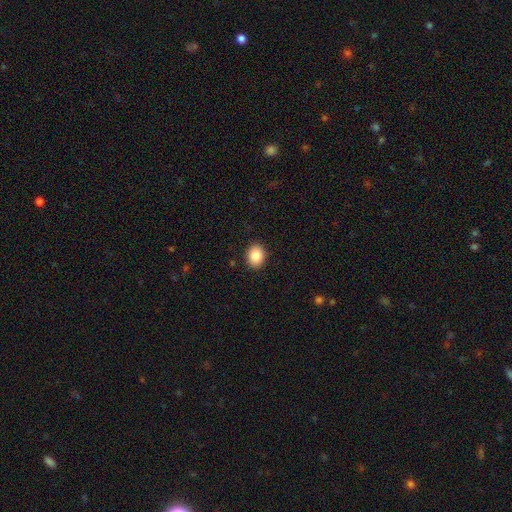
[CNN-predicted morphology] Overall: smooth (87%). How rounded: round (56%; in between 44%). Merging: none (91%).